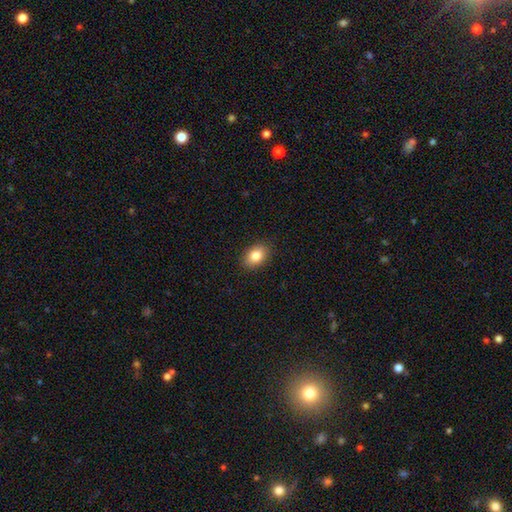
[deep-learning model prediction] Q: Smooth or featured?
A: smooth (84%); runner-up: star or artifact (8%)
Q: How rounded?
A: in between (83%); runner-up: round (16%)
Q: Merging?
A: none (89%); runner-up: minor disturbance (8%)